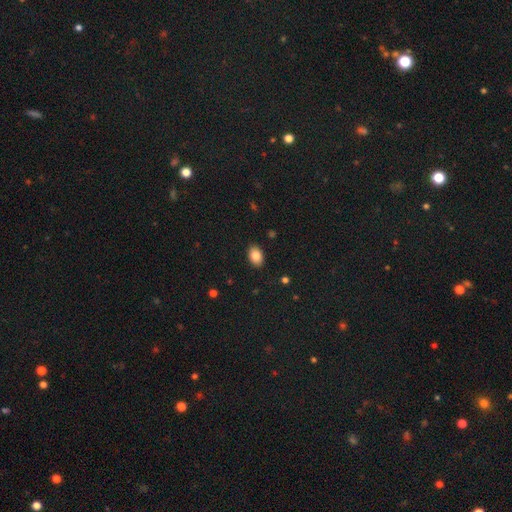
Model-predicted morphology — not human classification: type=smooth (84%); roundness=in between (83%); merging=none (89%).